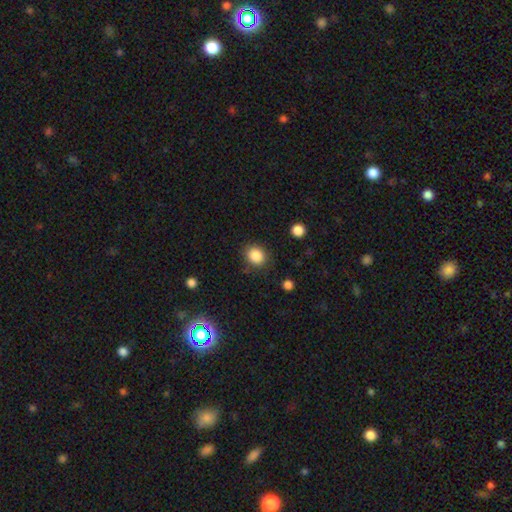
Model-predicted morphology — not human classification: smooth 86%, star or artifact 9%, featured or disk 4%. Down the decision tree: how rounded — round (70%); merging — none (83%).